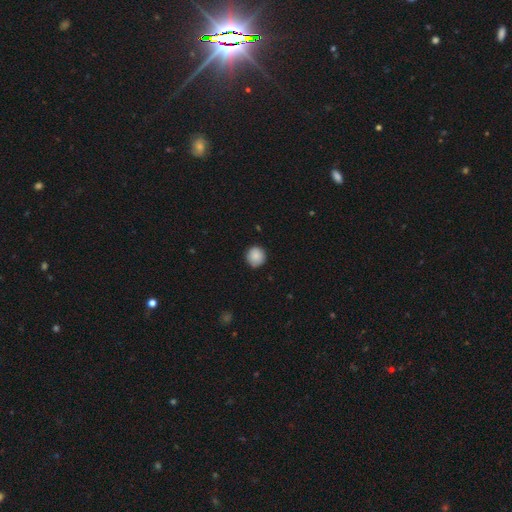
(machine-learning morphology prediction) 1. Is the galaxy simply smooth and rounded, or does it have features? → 88% smooth, 8% star or artifact, 4% featured or disk.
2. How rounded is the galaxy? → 93% round, 6% in between, 1% cigar-shaped.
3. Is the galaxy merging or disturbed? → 87% none, 10% minor disturbance, 2% major disturbance, 1% merger.